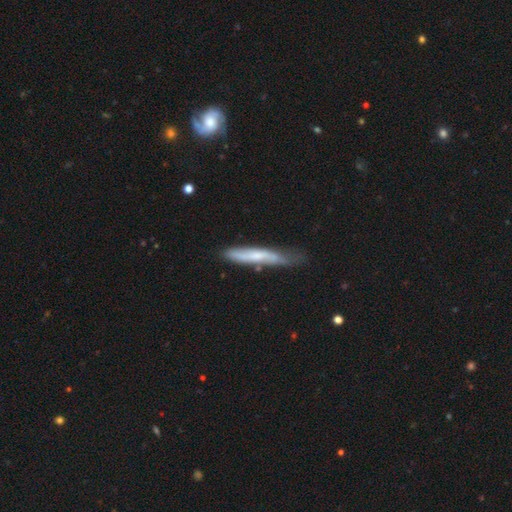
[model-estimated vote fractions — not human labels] Morphology: type=smooth (53%); roundness=cigar-shaped (91%); merging=none (52%).